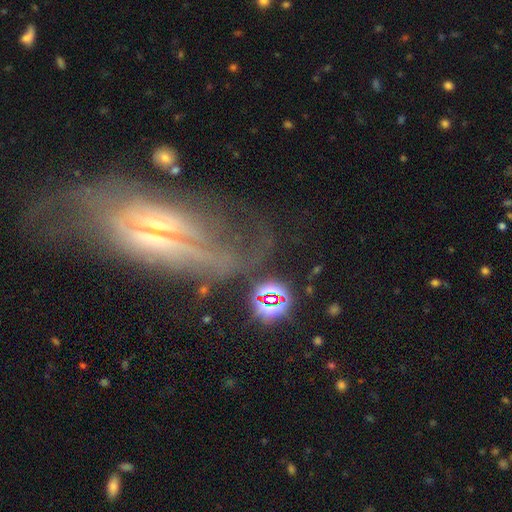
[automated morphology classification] The model was most divided on "merging": none: 45%, major disturbance: 26%, minor disturbance: 20%, merger: 9%. More confident: smooth or featured — featured or disk (69%); edge-on disk — no (66%).